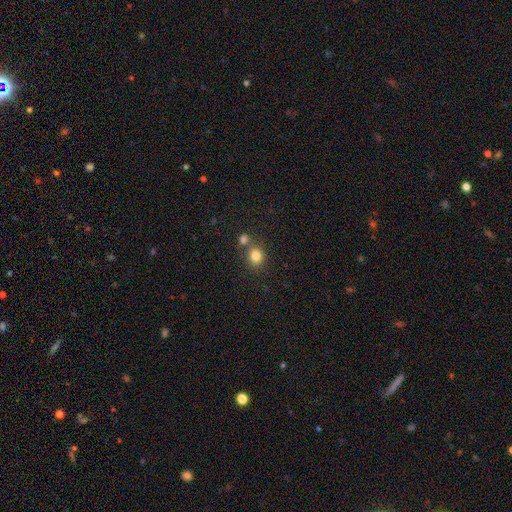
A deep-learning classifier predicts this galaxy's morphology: Smooth or featured: smooth — 81% (star or artifact — 12%)
How rounded: round — 74% (in between — 25%)
Merging: none — 63% (merger — 25%)